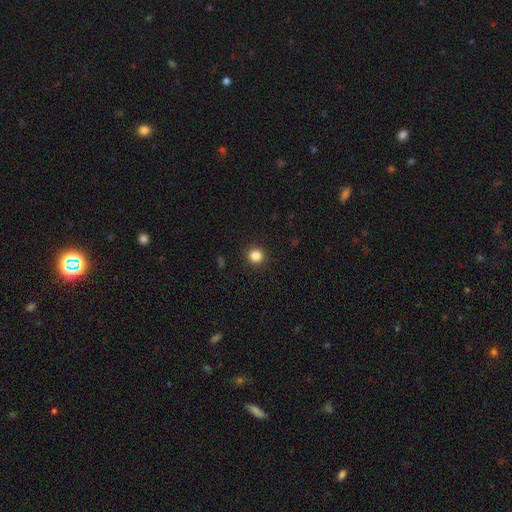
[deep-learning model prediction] The model was most divided on "smooth or featured": smooth: 85%, star or artifact: 12%, featured or disk: 4%. More confident: how rounded — round (95%); merging — none (92%).